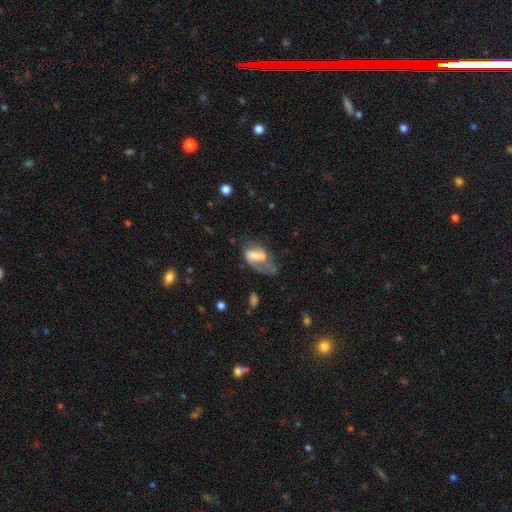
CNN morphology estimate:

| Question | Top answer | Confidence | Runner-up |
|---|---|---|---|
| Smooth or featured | featured or disk | 57% | smooth (35%) |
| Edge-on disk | no | 96% | yes (4%) |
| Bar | weak | 39% | no (37%) |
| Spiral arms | yes | 72% | no (28%) |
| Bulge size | moderate | 26% | none (25%) |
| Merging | major disturbance | 42% | none (29%) |